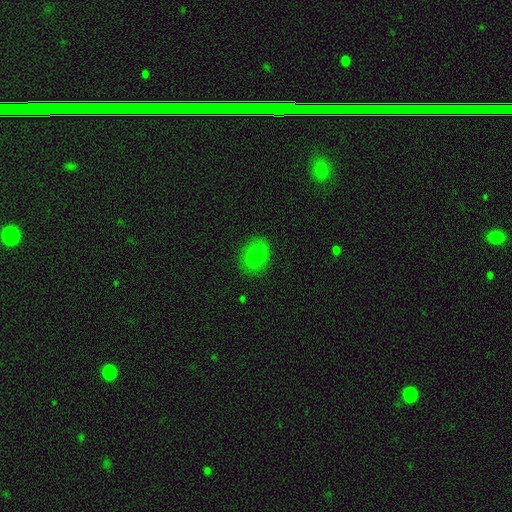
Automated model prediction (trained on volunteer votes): This is likely a smooth galaxy (78%). How rounded: possibly in between (53%). Merging: likely none (79%).